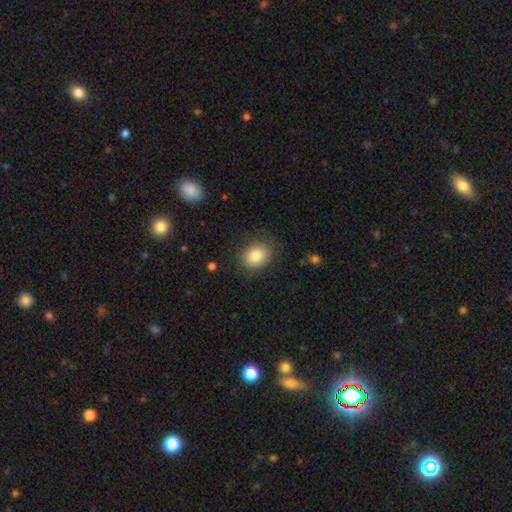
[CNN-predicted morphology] Overall: smooth (84%). How rounded: in between (52%; round 48%). Merging: none (82%).